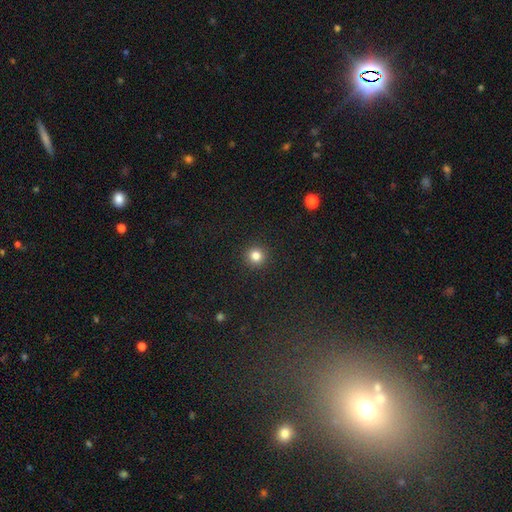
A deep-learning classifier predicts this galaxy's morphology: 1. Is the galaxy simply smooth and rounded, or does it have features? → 82% smooth, 13% star or artifact, 5% featured or disk.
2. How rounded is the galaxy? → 95% round, 4% in between, 1% cigar-shaped.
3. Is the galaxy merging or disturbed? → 93% none, 5% minor disturbance, 2% major disturbance, 1% merger.